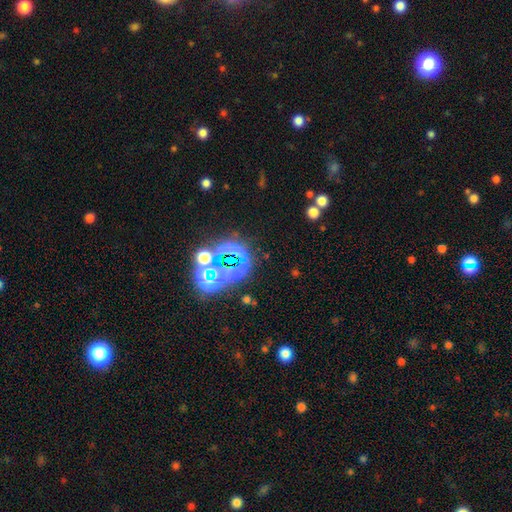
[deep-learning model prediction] A star or artifact, not a galaxy (70%).

Vote fractions:
- Smooth or featured? star or artifact: 70% / smooth: 17% / featured or disk: 14%